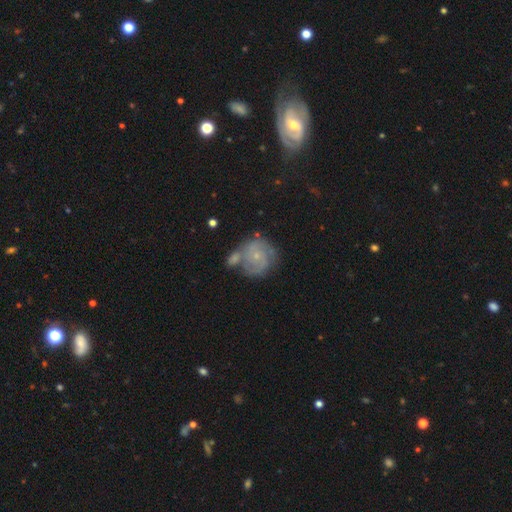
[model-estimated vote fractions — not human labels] Smooth or featured? Predicted: featured or disk (p=0.63). Edge-on disk? Predicted: no (p=0.98). Bar? Predicted: no (p=0.80). Spiral arms? Predicted: yes (p=0.80). Bulge size? Predicted: small (p=0.80). Merging? Predicted: none (p=0.44).